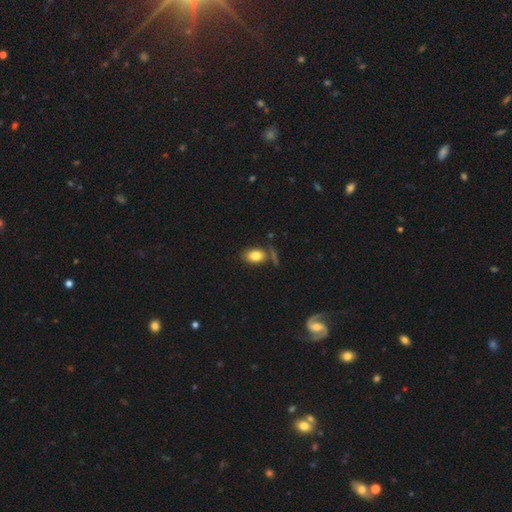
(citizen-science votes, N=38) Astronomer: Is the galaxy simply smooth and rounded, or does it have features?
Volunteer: smooth — 87%.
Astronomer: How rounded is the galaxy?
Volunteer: in between — 94%.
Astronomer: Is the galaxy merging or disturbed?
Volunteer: none — 81%.